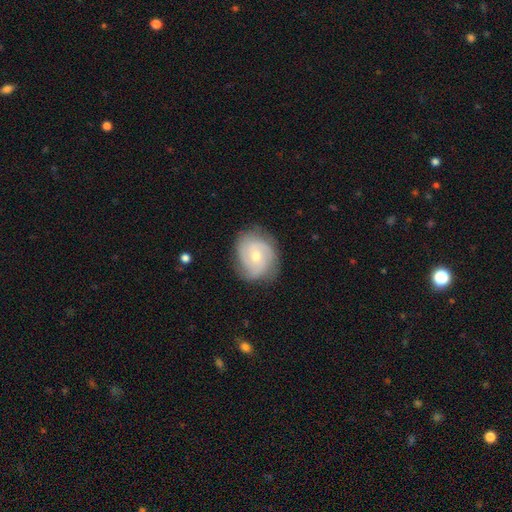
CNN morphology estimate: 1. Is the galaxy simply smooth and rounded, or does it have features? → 72% featured or disk, 22% smooth, 6% star or artifact.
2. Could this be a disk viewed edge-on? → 97% no, 3% yes.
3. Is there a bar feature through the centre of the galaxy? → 68% no, 27% weak, 4% strong.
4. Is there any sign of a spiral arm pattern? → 92% yes, 8% no.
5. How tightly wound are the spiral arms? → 55% tight, 36% medium, 10% loose.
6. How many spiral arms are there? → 36% 2, 28% 3, 23% can't tell, 5% 4, 4% 1, 4% more than 4.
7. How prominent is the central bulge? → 53% moderate, 43% small, 2% large, 1% none, 1% dominant.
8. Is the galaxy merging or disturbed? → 76% none, 18% minor disturbance, 5% major disturbance, 1% merger.